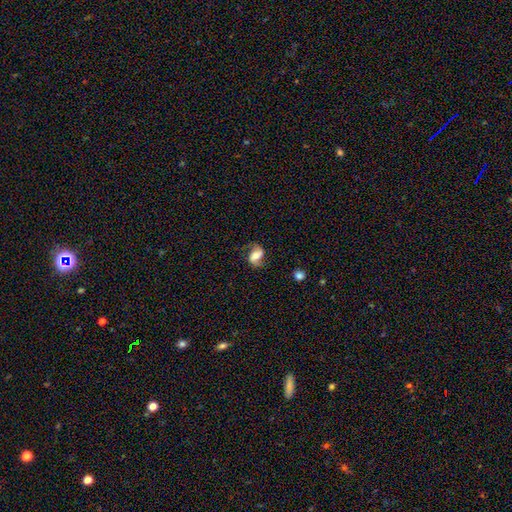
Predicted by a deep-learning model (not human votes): The model was most divided on "spiral winding": loose: 45%, medium: 41%, tight: 15%. Remaining: edge-on disk — no (97%); spiral arms — yes (92%); spiral arm count — 2 (89%); merging — none (72%); smooth or featured — featured or disk (66%); bulge size — moderate (50%); bar — weak (39%).